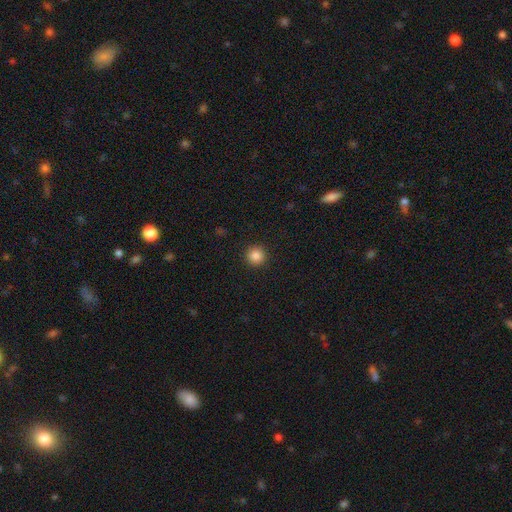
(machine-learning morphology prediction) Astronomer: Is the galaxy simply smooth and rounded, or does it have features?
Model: smooth — 87%.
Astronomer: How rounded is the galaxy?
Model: round — 96%.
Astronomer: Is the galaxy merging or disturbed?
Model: none — 93%.